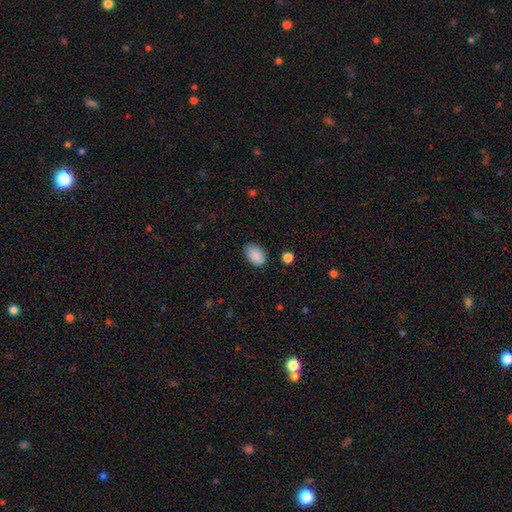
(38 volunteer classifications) A smooth galaxy with no disk features (92%) that is in between round and cigar-shaped (94%).

Vote fractions:
- Smooth or featured? smooth: 92% / star or artifact: 5% / featured or disk: 3%
- How rounded? in between: 94% / round: 6% / cigar-shaped: 0%
- Merging? none: 81% / minor disturbance: 19% / major disturbance: 0% / merger: 0%